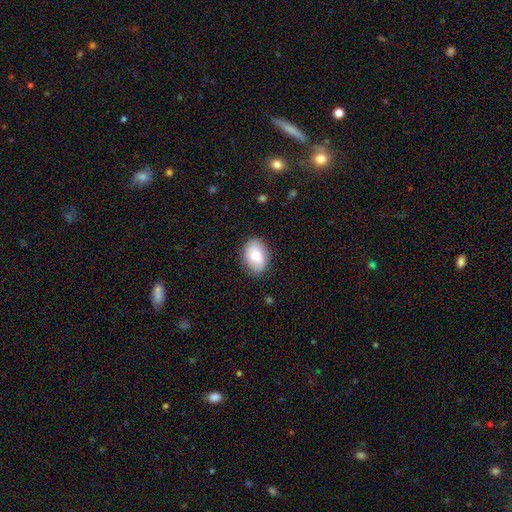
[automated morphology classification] A smooth galaxy with no disk features (76%) that is in between round and cigar-shaped (78%).

Vote fractions:
- Smooth or featured? smooth: 76% / featured or disk: 17% / star or artifact: 7%
- How rounded? in between: 78% / round: 21% / cigar-shaped: 1%
- Merging? none: 83% / minor disturbance: 13% / major disturbance: 3% / merger: 1%